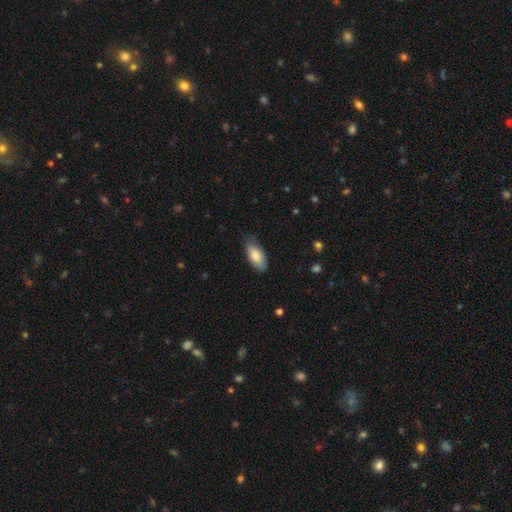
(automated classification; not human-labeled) smooth-or-featured: smooth: 83% | featured or disk: 12% | star or artifact: 6%
  how-rounded: in between: 89% | cigar-shaped: 9% | round: 2%
  merging: none: 72% | minor disturbance: 23% | major disturbance: 4% | merger: 1%